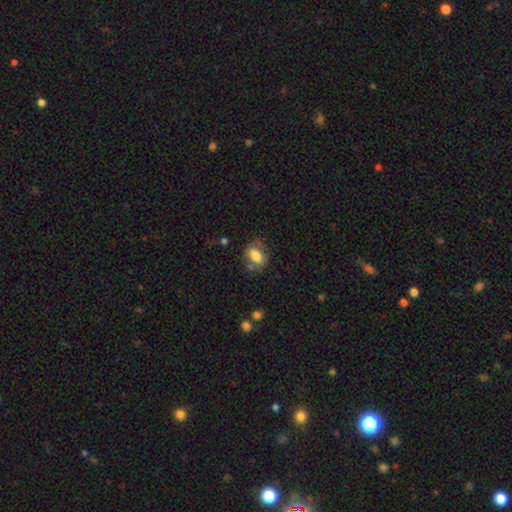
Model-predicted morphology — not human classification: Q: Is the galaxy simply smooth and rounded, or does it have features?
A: smooth — 77%.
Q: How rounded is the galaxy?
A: in between — 81%.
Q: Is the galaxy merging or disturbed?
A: none — 60%.